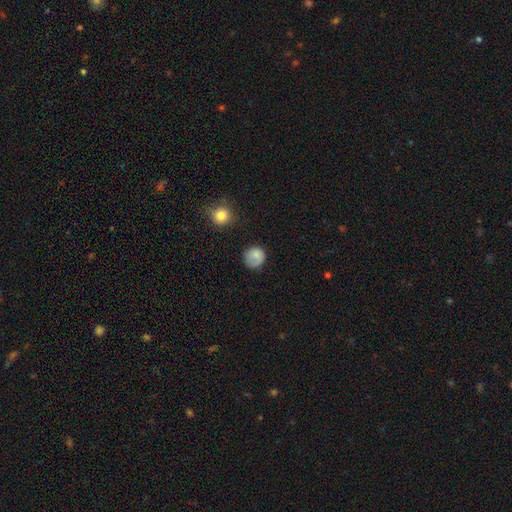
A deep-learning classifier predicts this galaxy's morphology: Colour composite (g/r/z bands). It shows a smooth galaxy with no disk features (82%) that is round (88%). Merging: none (67%).